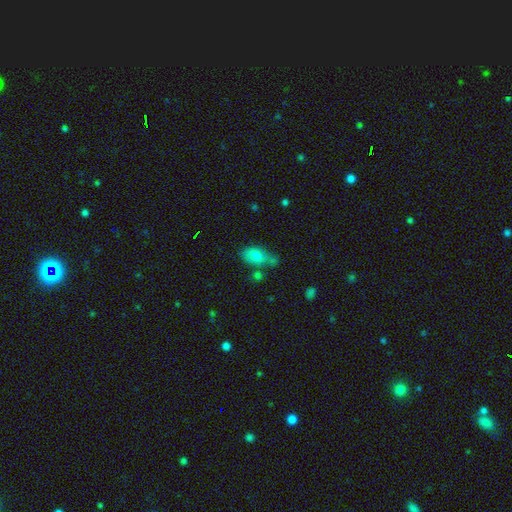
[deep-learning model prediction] This is likely a smooth galaxy (76%). How rounded: clearly in between (88%). Merging: possibly none (46%).